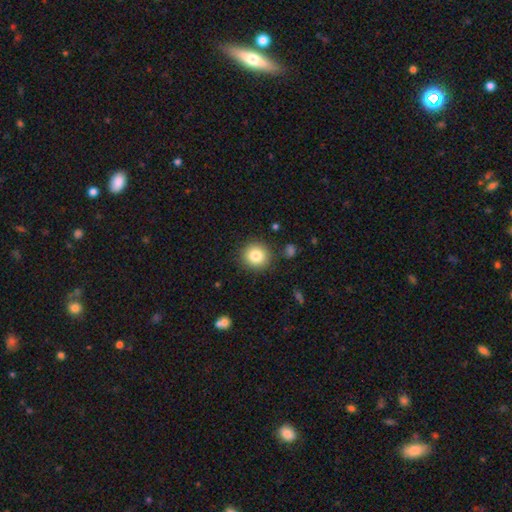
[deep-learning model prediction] A smooth galaxy with no disk features (83%) that is round (92%).

Vote fractions:
- Smooth or featured? smooth: 83% / star or artifact: 10% / featured or disk: 7%
- How rounded? round: 92% / in between: 7% / cigar-shaped: 1%
- Merging? none: 88% / minor disturbance: 7% / major disturbance: 2% / merger: 2%